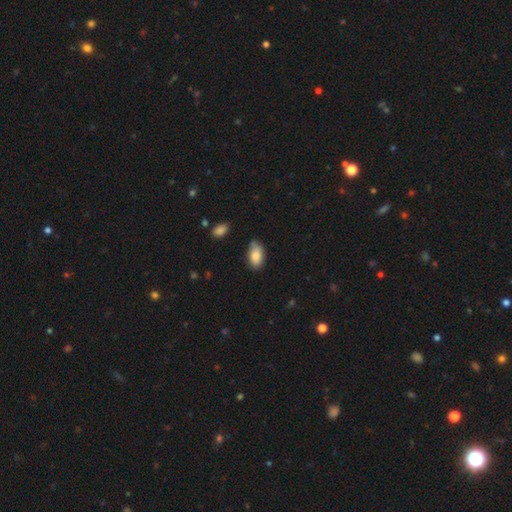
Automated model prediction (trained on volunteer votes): smooth-or-featured: smooth: 84% | featured or disk: 9% | star or artifact: 7%
  how-rounded: in between: 93% | round: 4% | cigar-shaped: 2%
  merging: none: 68% | minor disturbance: 24% | major disturbance: 4% | merger: 3%